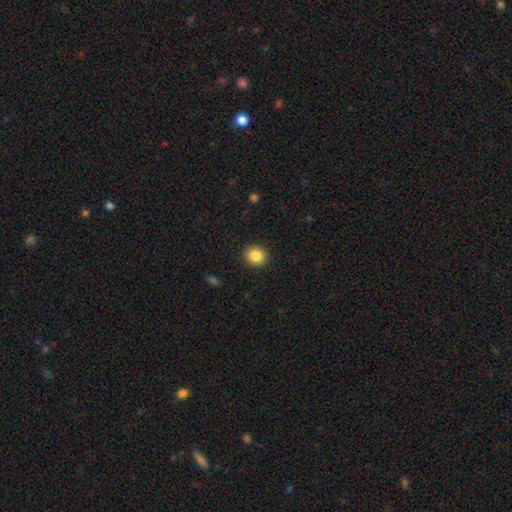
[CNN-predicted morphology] Smooth or featured: smooth — 85% (star or artifact — 10%)
How rounded: round — 81% (in between — 18%)
Merging: none — 91% (minor disturbance — 6%)